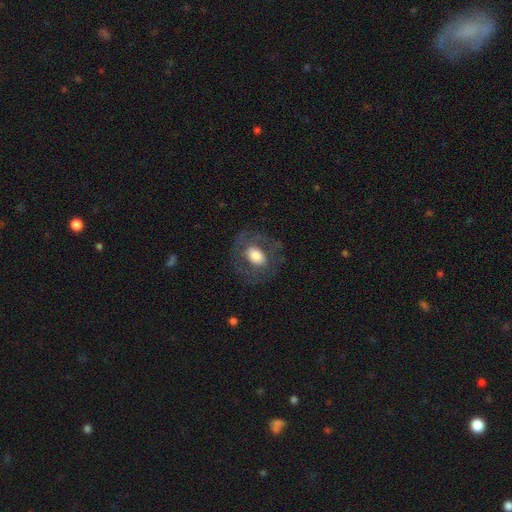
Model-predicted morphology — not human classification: smooth 52%, featured or disk 40%, star or artifact 8%. Down the decision tree: how rounded — in between (56%); merging — none (70%).